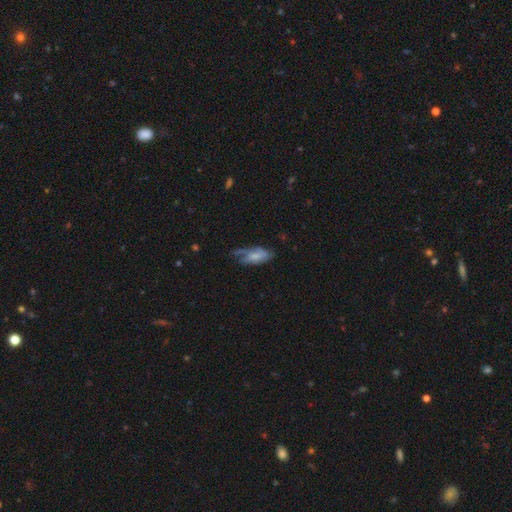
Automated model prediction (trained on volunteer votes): A smooth galaxy with no disk features (47%).

Vote fractions:
- Smooth or featured? smooth: 47% / featured or disk: 45% / star or artifact: 8%
- Merging? none: 41% / minor disturbance: 31% / major disturbance: 25% / merger: 3%